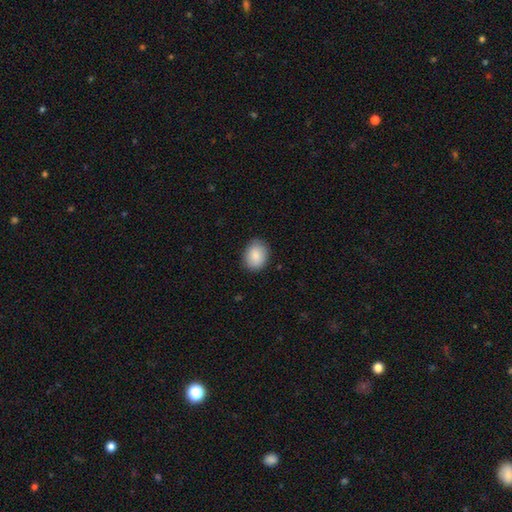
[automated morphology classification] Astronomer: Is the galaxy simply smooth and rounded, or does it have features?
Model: smooth — 88%.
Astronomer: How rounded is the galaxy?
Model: in between — 61% (runner-up: round, 38%).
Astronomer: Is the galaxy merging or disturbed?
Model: none — 85%.